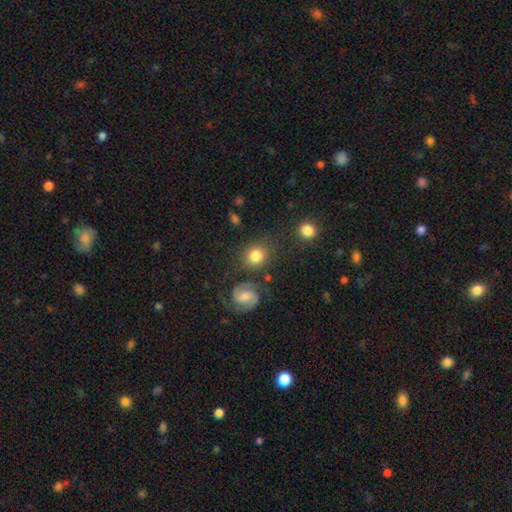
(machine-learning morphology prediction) The model was most divided on "how rounded": round: 76%, in between: 23%, cigar-shaped: 1%. More confident: smooth or featured — smooth (78%); merging — none (72%).